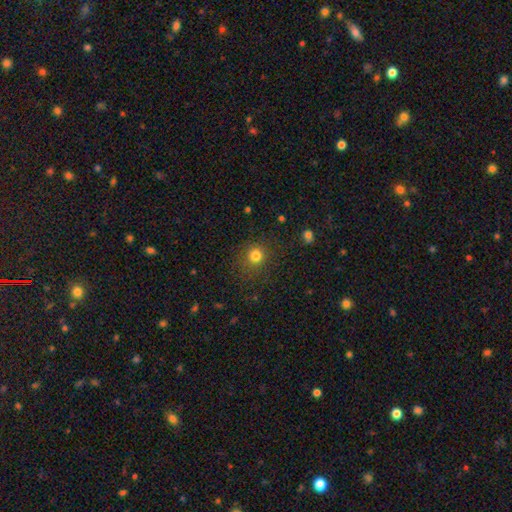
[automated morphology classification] smooth_or_featured: smooth (p=0.79) [alt: star or artifact p=0.15]
how_rounded: round (p=0.89) [alt: in between p=0.10]
merging: none (p=0.84) [alt: minor disturbance p=0.10]